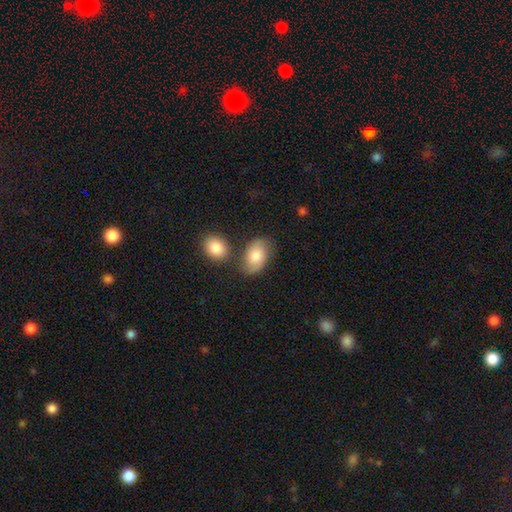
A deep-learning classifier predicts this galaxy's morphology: Smooth or featured? smooth (73%)
How rounded? in between (88%)
Merging? none (64%)